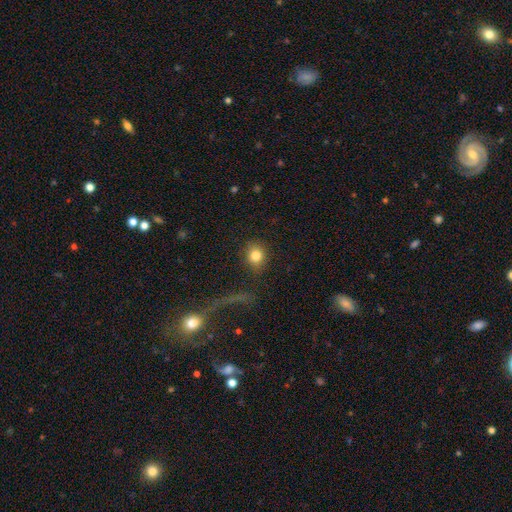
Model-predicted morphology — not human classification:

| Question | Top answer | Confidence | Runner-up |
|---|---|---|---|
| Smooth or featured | smooth | 83% | star or artifact (10%) |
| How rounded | round | 80% | in between (19%) |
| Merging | none | 80% | minor disturbance (10%) |